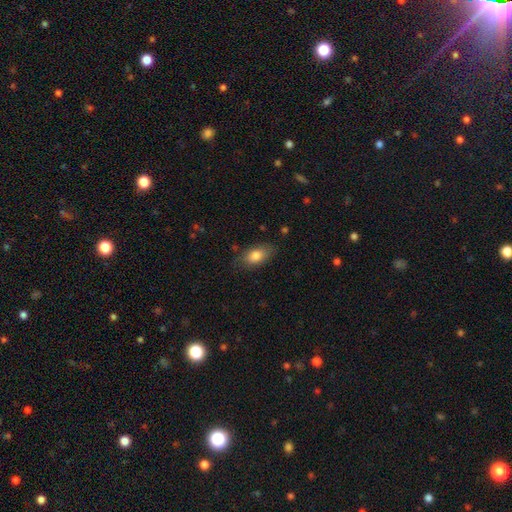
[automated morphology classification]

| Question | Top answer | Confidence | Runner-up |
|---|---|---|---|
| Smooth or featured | smooth | 82% | featured or disk (10%) |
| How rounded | in between | 89% | round (7%) |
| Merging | none | 79% | minor disturbance (16%) |